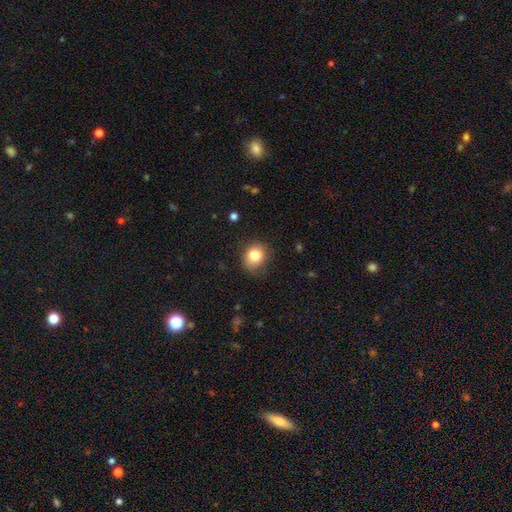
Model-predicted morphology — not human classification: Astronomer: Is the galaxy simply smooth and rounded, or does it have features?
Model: smooth — 82%.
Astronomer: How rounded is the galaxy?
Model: round — 64%.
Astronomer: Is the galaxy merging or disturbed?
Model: none — 73%.